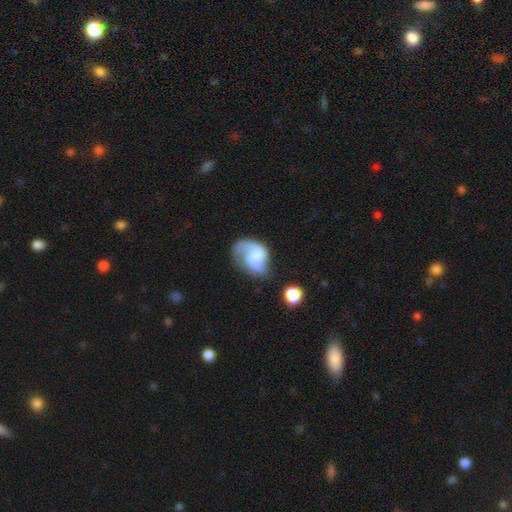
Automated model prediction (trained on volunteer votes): Smooth or featured?
  - featured or disk: 68% *
  - smooth: 25%
  - star or artifact: 7%
Edge-on disk?
  - no: 97% *
  - yes: 3%
Bar?
  - no: 53% *
  - weak: 39%
  - strong: 8%
Spiral arms?
  - yes: 90% *
  - no: 10%
Spiral winding?
  - loose: 48% *
  - medium: 39%
  - tight: 13%
Spiral arm count?
  - 2: 69% *
  - 1: 20%
  - can't tell: 6%
  - 3: 2%
  - 4: 1%
  - more than 4: 1%
Bulge size?
  - moderate: 30% *
  - none: 25%
  - small: 21%
  - large: 19%
  - dominant: 4%
Merging?
  - none: 44% *
  - minor disturbance: 26%
  - major disturbance: 24%
  - merger: 7%